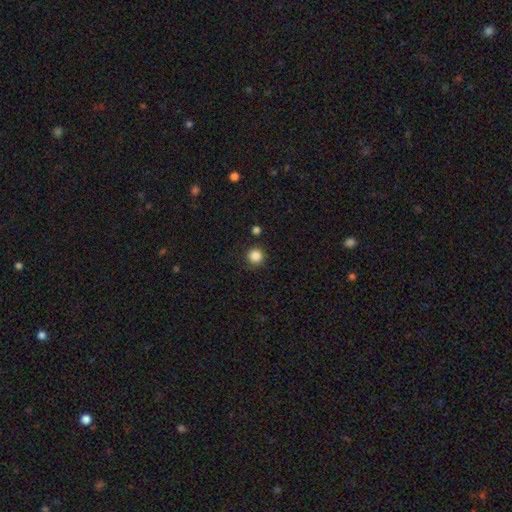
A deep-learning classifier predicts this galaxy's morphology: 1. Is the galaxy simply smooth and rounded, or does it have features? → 86% smooth, 11% star or artifact, 3% featured or disk.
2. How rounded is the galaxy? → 95% round, 4% in between, 1% cigar-shaped.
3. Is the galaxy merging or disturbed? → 90% none, 6% minor disturbance, 2% merger, 2% major disturbance.